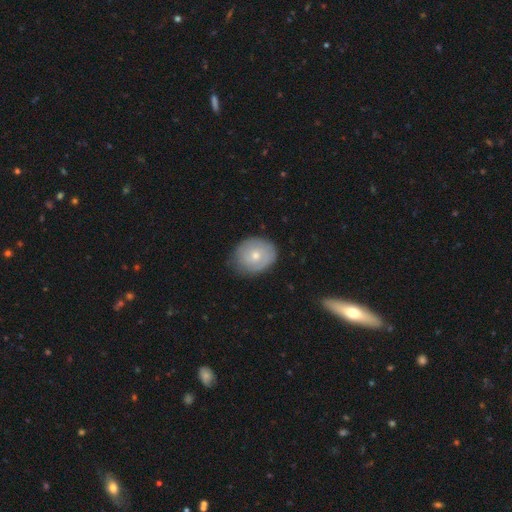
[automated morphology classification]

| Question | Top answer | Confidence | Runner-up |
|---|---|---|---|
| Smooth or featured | featured or disk | 53% | smooth (41%) |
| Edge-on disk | no | 97% | yes (3%) |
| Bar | no | 81% | weak (17%) |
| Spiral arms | yes | 70% | no (30%) |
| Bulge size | small | 50% | moderate (47%) |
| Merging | none | 75% | minor disturbance (20%) |